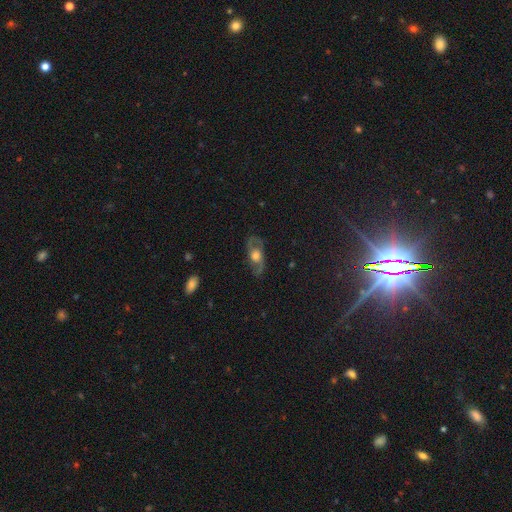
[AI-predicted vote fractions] A featured or disk galaxy (69%) with no bar (76%), spiral arms (74%) and a moderate central bulge (48%). Merging: none (74%).